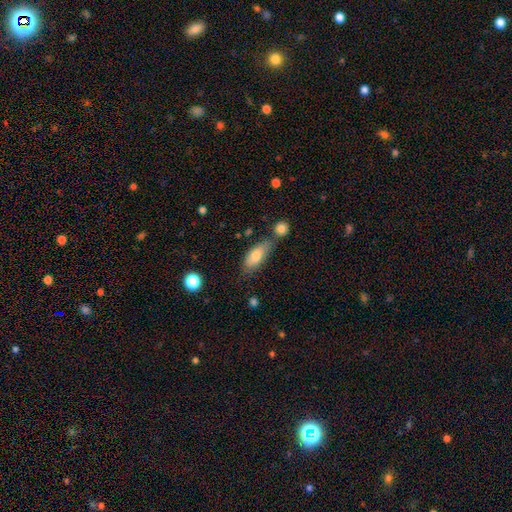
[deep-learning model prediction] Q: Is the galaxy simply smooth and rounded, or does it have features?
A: smooth — 76%.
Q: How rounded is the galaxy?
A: in between — 80%.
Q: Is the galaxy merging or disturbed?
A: none — 58%.